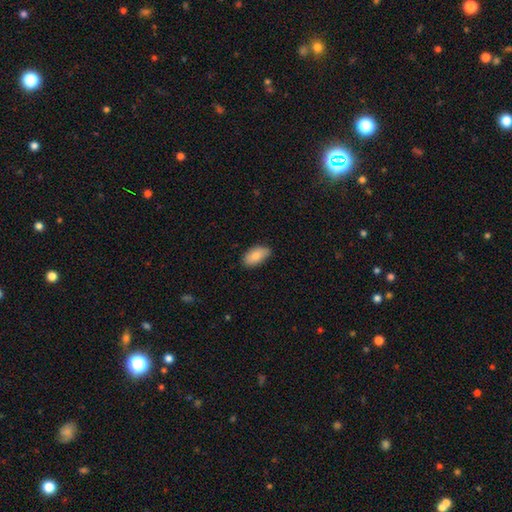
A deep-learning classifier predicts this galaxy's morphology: Smooth or featured? smooth (81%)
How rounded? in between (94%)
Merging? none (78%)